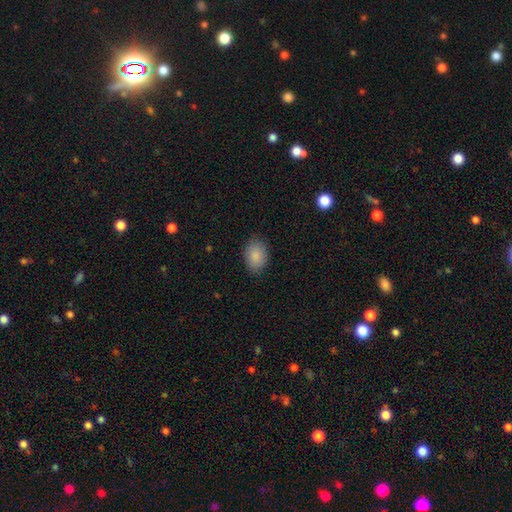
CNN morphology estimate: Q: Smooth or featured?
A: smooth (88%); runner-up: star or artifact (7%)
Q: How rounded?
A: in between (75%); runner-up: round (24%)
Q: Merging?
A: none (84%); runner-up: minor disturbance (12%)